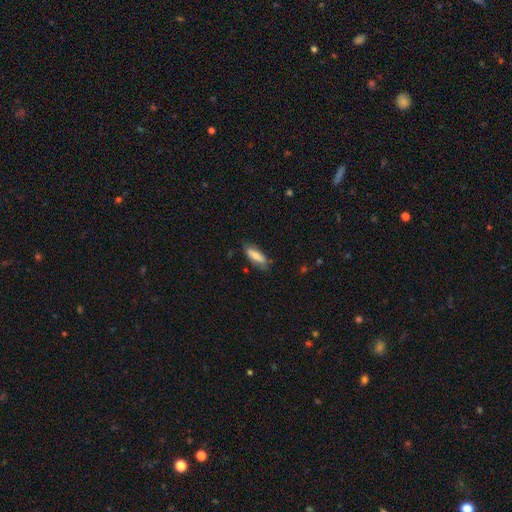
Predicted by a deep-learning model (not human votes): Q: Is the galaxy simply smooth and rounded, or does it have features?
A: smooth — 67%.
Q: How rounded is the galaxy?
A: in between — 63%.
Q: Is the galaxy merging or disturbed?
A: none — 74%.